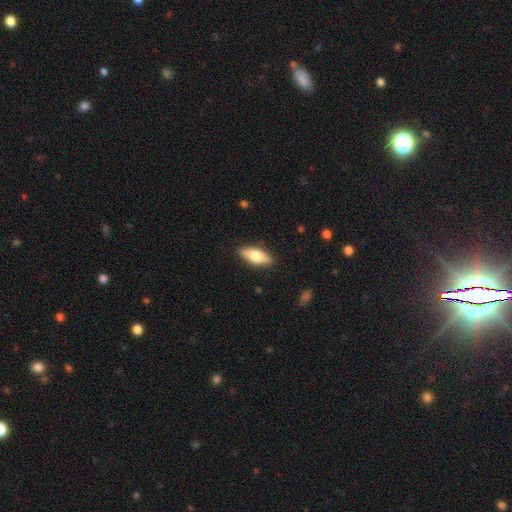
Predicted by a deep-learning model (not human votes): smooth 74%, featured or disk 20%, star or artifact 6%. Down the decision tree: how rounded — in between (76%); merging — none (87%).